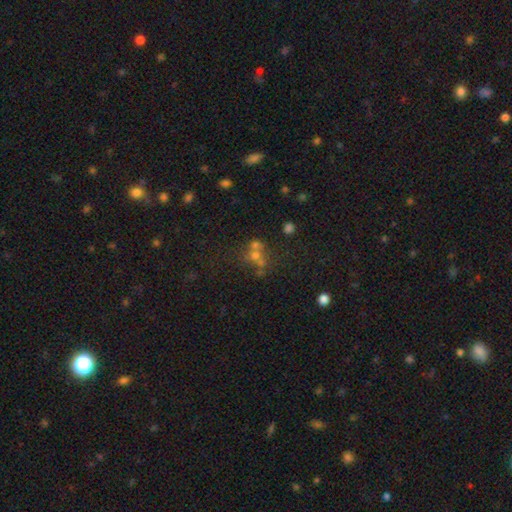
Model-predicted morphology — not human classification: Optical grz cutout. It shows a smooth galaxy with no disk features (50%). Merging: merger (43%).